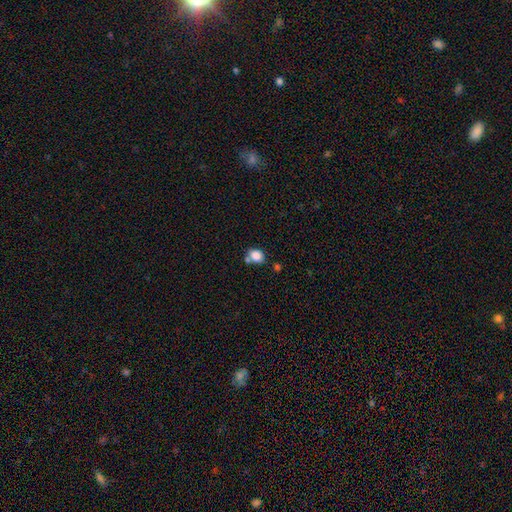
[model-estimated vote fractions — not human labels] The model was most divided on "how rounded": in between: 50%, round: 49%, cigar-shaped: 1%. More confident: smooth or featured — smooth (83%); merging — none (59%).